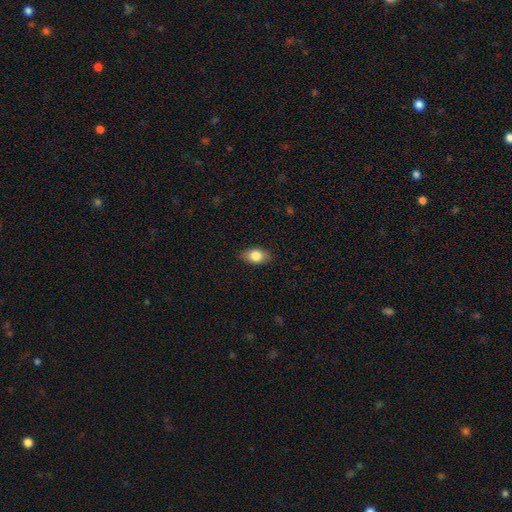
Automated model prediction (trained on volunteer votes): smooth_or_featured: smooth (p=0.80) [alt: featured or disk p=0.12]
how_rounded: in between (p=0.88) [alt: round p=0.09]
merging: none (p=0.86) [alt: minor disturbance p=0.11]